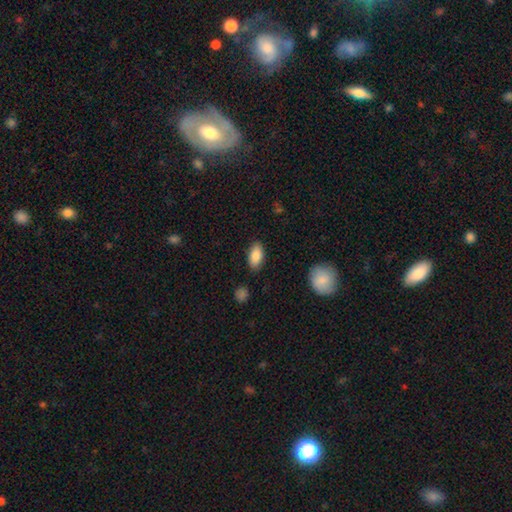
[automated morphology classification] smooth-or-featured: smooth: 86% | featured or disk: 7% | star or artifact: 7%
  how-rounded: in between: 92% | cigar-shaped: 5% | round: 3%
  merging: none: 86% | minor disturbance: 10% | major disturbance: 3% | merger: 2%